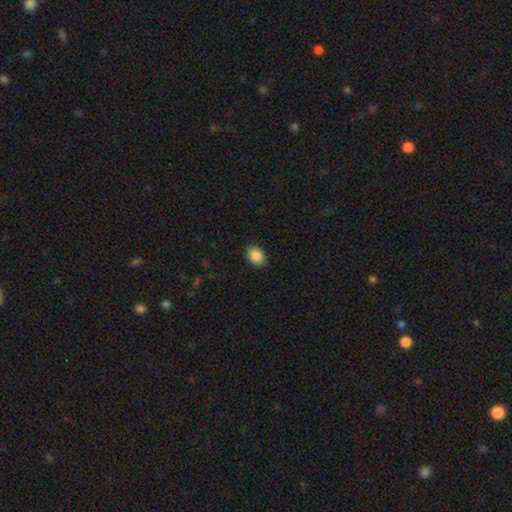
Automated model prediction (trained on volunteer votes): A smooth galaxy with no disk features (89%) that is in between round and cigar-shaped (77%). Merging: none (88%).